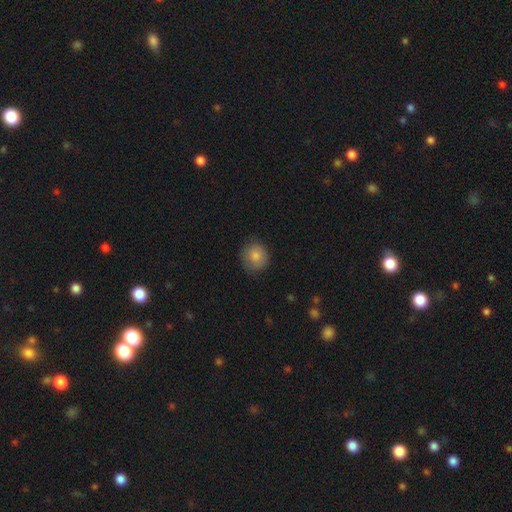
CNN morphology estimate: Smooth or featured?
  - smooth: 84% *
  - featured or disk: 8%
  - star or artifact: 8%
How rounded?
  - round: 84% *
  - in between: 15%
  - cigar-shaped: 1%
Merging?
  - none: 80% *
  - minor disturbance: 16%
  - major disturbance: 4%
  - merger: 1%